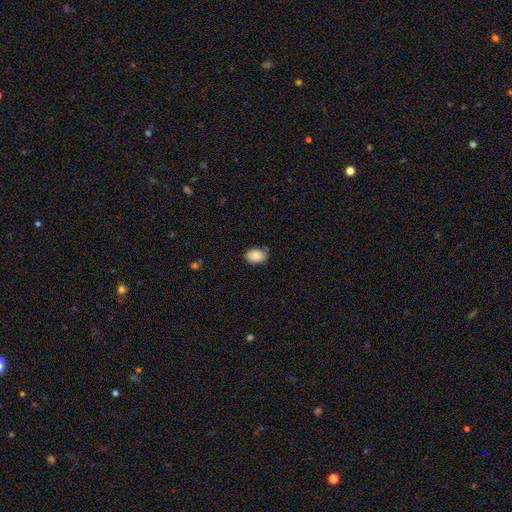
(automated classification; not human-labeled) smooth 87%, star or artifact 7%, featured or disk 5%. Down the decision tree: how rounded — in between (84%); merging — none (81%).